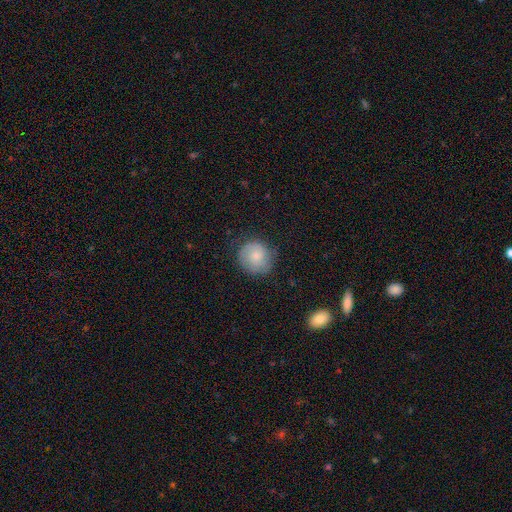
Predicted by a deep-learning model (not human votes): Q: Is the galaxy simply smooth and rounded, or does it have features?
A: smooth — 62%.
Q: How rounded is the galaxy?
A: round — 90%.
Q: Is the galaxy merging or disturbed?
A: none — 78%.